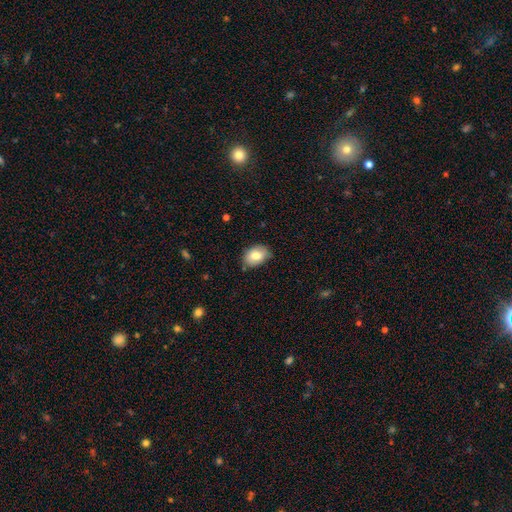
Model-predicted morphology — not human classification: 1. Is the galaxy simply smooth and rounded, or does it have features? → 81% smooth, 12% featured or disk, 8% star or artifact.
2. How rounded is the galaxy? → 78% in between, 21% round, 1% cigar-shaped.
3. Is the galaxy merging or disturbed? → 77% none, 19% minor disturbance, 3% major disturbance, 1% merger.